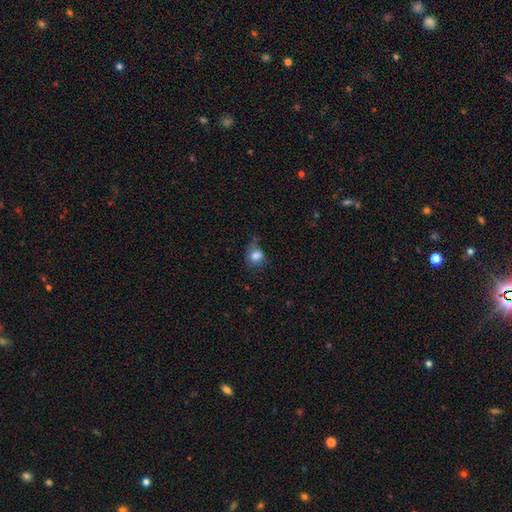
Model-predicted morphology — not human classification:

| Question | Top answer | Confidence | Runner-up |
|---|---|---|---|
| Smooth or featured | smooth | 82% | star or artifact (10%) |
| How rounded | round | 64% | in between (35%) |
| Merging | none | 53% | minor disturbance (32%) |